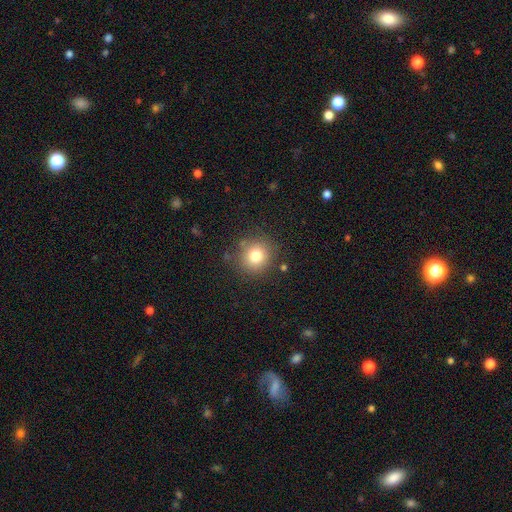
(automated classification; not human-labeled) Overall: smooth (78%). How rounded: round (89%). Merging: none (83%).